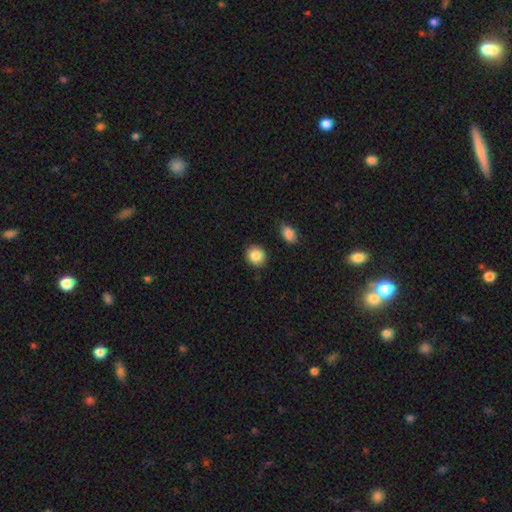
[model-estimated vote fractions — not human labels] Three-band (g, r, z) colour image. It shows a smooth galaxy with no disk features (87%) that is round (79%). Merging: none (85%).